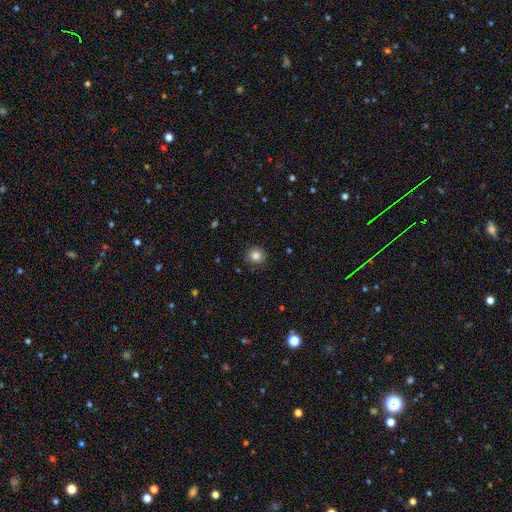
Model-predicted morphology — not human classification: Q: Smooth or featured?
A: smooth (84%); runner-up: star or artifact (11%)
Q: How rounded?
A: round (89%); runner-up: in between (10%)
Q: Merging?
A: none (88%); runner-up: minor disturbance (8%)